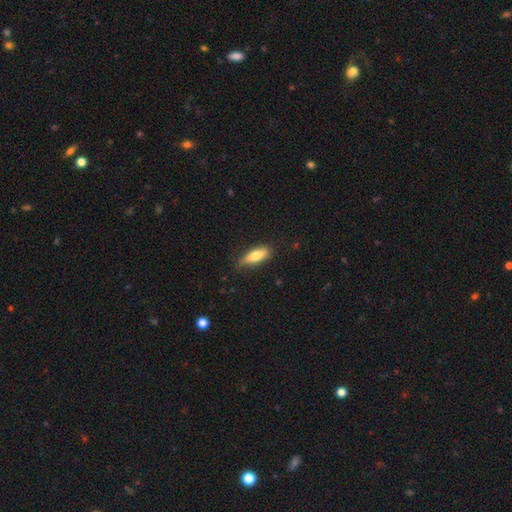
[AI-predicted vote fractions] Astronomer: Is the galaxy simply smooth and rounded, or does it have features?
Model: smooth — 70%.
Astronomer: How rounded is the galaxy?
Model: cigar-shaped — 50% (runner-up: in between, 48%).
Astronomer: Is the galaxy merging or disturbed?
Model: none — 78%.